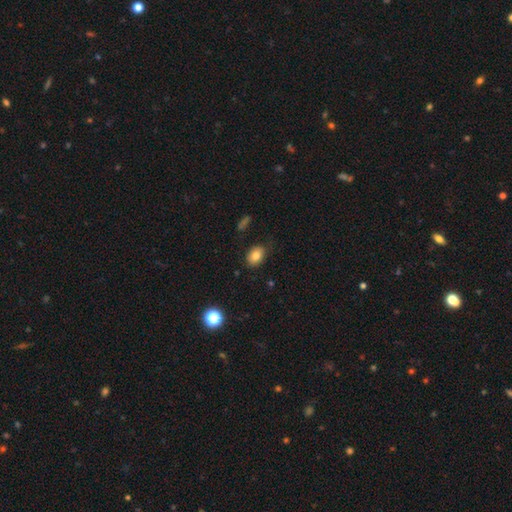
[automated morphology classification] Smooth or featured?
  - smooth: 82% *
  - star or artifact: 10%
  - featured or disk: 8%
How rounded?
  - in between: 76% *
  - round: 23%
  - cigar-shaped: 1%
Merging?
  - none: 81% *
  - minor disturbance: 14%
  - major disturbance: 3%
  - merger: 2%